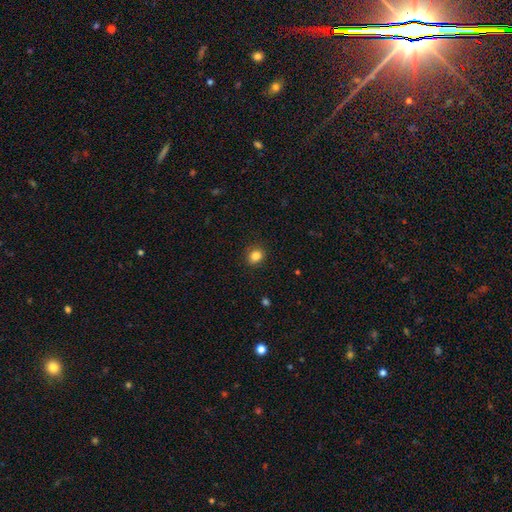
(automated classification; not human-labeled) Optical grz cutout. It shows a smooth galaxy with no disk features (83%) that is round (68%). Merging: none (88%).